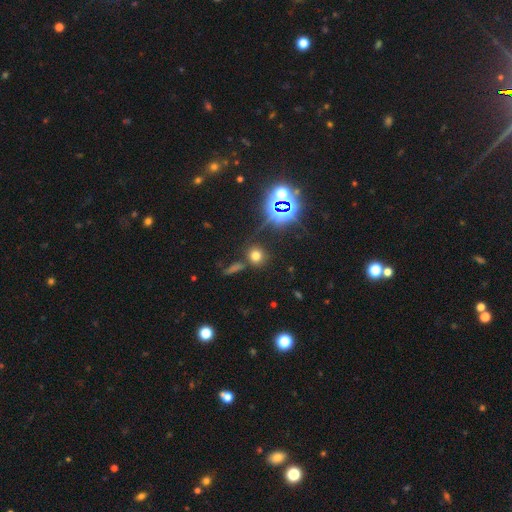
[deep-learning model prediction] Smooth or featured? smooth (63%)
How rounded? round (88%)
Merging? none (79%)